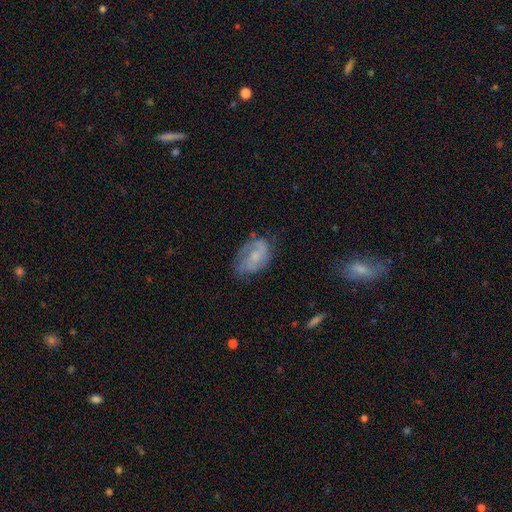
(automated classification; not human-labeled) Smooth or featured? featured or disk (65%)
Edge-on disk? no (97%)
Bar? no (59%)
Spiral arms? yes (85%)
Spiral winding? medium (43%)
Spiral arm count? 2 (54%)
Bulge size? small (54%)
Merging? none (55%)